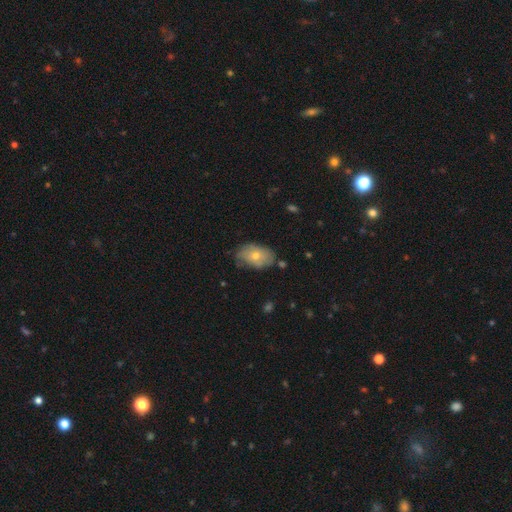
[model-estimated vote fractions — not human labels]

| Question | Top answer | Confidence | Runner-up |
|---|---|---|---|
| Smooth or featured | smooth | 62% | featured or disk (29%) |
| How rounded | in between | 88% | round (11%) |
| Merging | none | 70% | minor disturbance (23%) |